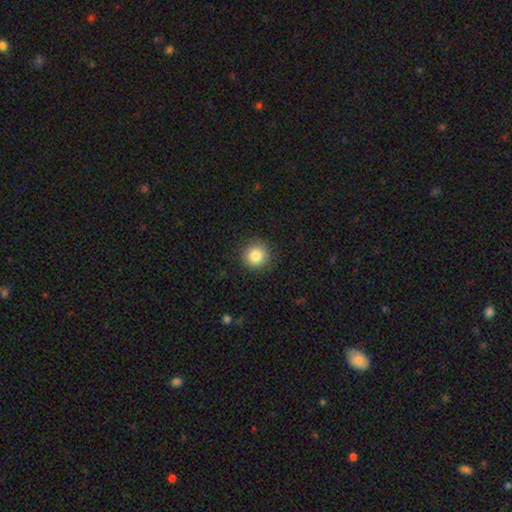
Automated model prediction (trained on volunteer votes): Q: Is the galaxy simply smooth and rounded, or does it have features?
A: smooth — 84%.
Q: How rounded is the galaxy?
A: round — 94%.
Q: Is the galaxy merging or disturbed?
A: none — 90%.